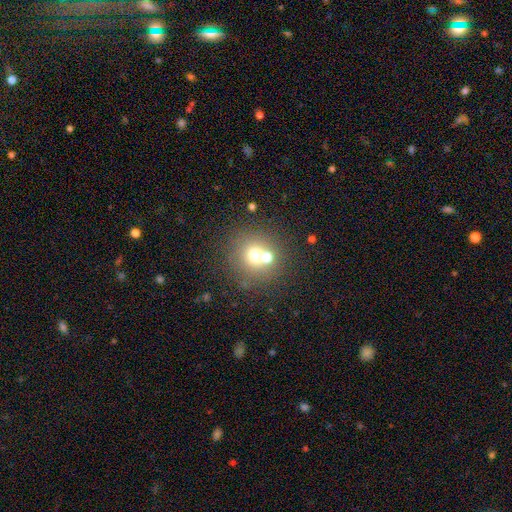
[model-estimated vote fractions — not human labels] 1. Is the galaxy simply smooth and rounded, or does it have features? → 65% smooth, 18% star or artifact, 18% featured or disk.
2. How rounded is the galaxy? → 90% round, 9% in between, 1% cigar-shaped.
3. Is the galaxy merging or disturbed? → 56% none, 33% merger, 7% minor disturbance, 4% major disturbance.